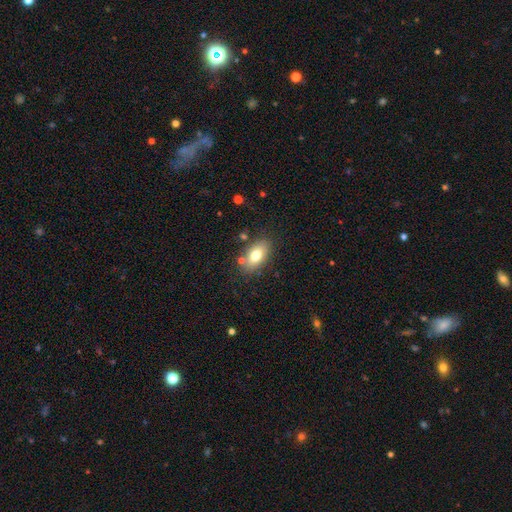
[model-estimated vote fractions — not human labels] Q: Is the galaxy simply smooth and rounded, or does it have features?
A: smooth — 74%.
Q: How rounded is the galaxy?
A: in between — 90%.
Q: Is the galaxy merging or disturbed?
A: none — 79%.